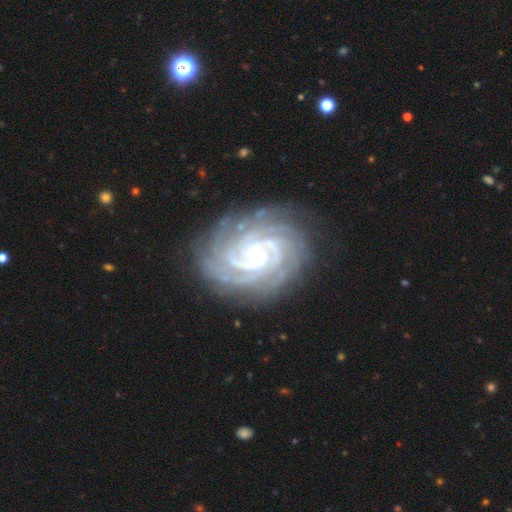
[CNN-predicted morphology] A featured or disk galaxy (92%) with no bar (44%), 4 (26%) tight (77%) spiral arms (99%) and a small central bulge (69%).

Vote fractions:
- Smooth or featured? featured or disk: 92% / star or artifact: 5% / smooth: 3%
- Edge-on disk? no: 98% / yes: 2%
- Bar? no: 44% / weak: 39% / strong: 18%
- Spiral arms? yes: 99% / no: 1%
- Spiral winding? tight: 77% / medium: 21% / loose: 2%
- Spiral arm count? 4: 26% / 3: 23% / 2: 16% / can't tell: 15% / more than 4: 13% / 1: 8%
- Bulge size? small: 69% / moderate: 27% / large: 1% / none: 1% / dominant: 1%
- Merging? none: 81% / minor disturbance: 14% / major disturbance: 4% / merger: 1%